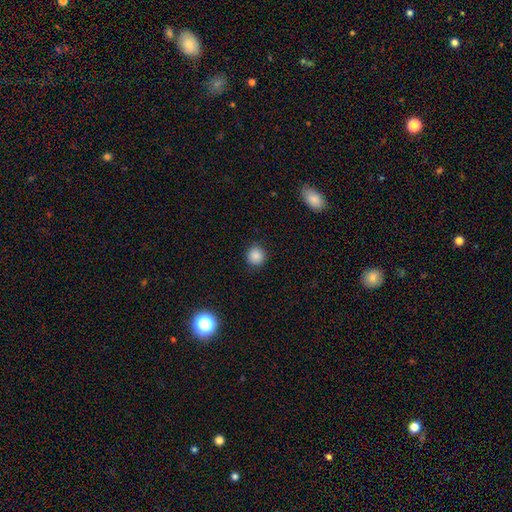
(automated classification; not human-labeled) Smooth or featured?
  - smooth: 86% *
  - star or artifact: 11%
  - featured or disk: 3%
How rounded?
  - round: 91% *
  - in between: 8%
  - cigar-shaped: 1%
Merging?
  - none: 89% *
  - minor disturbance: 7%
  - major disturbance: 2%
  - merger: 1%